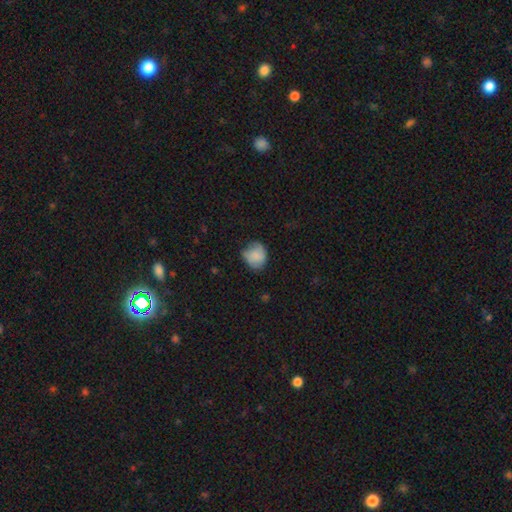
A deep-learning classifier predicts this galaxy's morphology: Smooth or featured: smooth — 77% (featured or disk — 15%)
How rounded: round — 71% (in between — 28%)
Merging: none — 58% (minor disturbance — 31%)